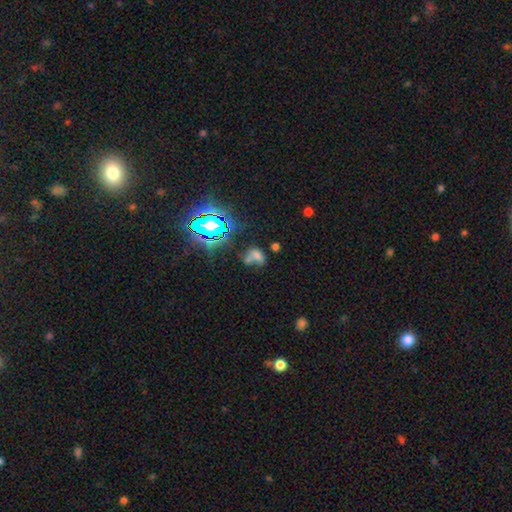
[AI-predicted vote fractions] Q: Smooth or featured?
A: smooth (52%); runner-up: star or artifact (27%)
Q: How rounded?
A: in between (72%); runner-up: round (26%)
Q: Merging?
A: merger (43%); runner-up: none (28%)